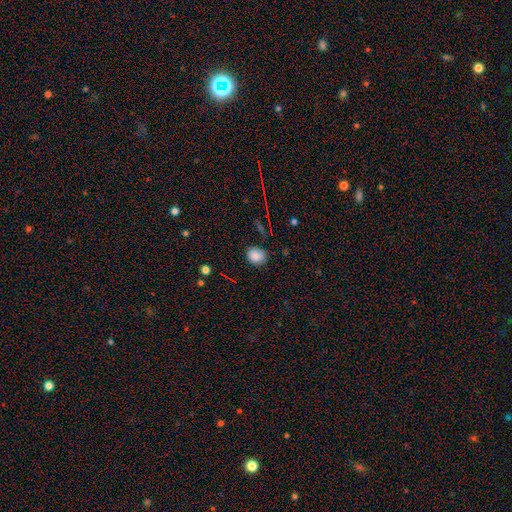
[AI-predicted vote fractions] Q: Smooth or featured?
A: smooth (83%); runner-up: star or artifact (12%)
Q: How rounded?
A: round (61%); runner-up: in between (38%)
Q: Merging?
A: none (81%); runner-up: minor disturbance (15%)